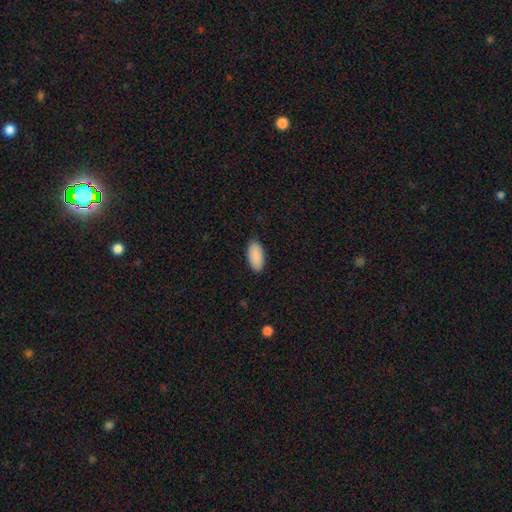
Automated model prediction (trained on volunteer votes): Smooth or featured?
  - smooth: 91% *
  - star or artifact: 6%
  - featured or disk: 3%
How rounded?
  - in between: 94% *
  - cigar-shaped: 4%
  - round: 2%
Merging?
  - none: 88% *
  - minor disturbance: 9%
  - major disturbance: 2%
  - merger: 1%